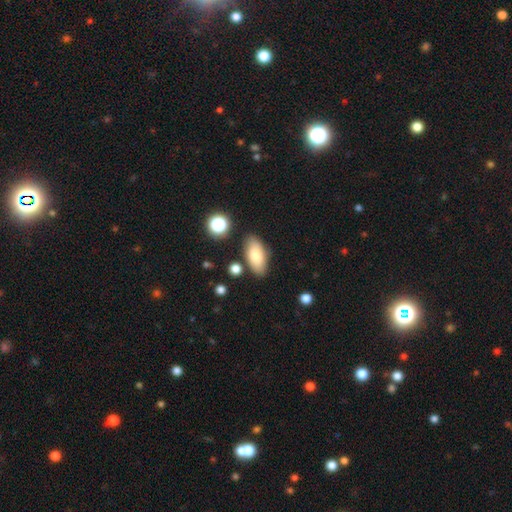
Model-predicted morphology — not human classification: Smooth or featured? Predicted: smooth (p=0.79). How rounded? Predicted: in between (p=0.88). Merging? Predicted: none (p=0.80).